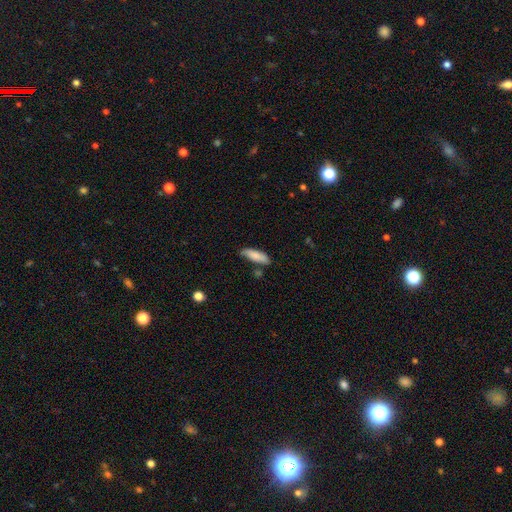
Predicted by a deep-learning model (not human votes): Overall: smooth (83%). How rounded: in between (51%; cigar-shaped 47%). Merging: none (71%).